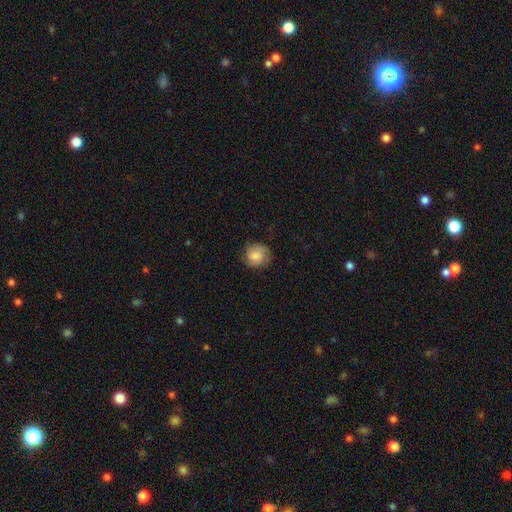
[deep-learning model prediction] Smooth or featured: smooth — 62% (featured or disk — 30%)
How rounded: round — 83% (in between — 16%)
Merging: none — 75% (minor disturbance — 19%)